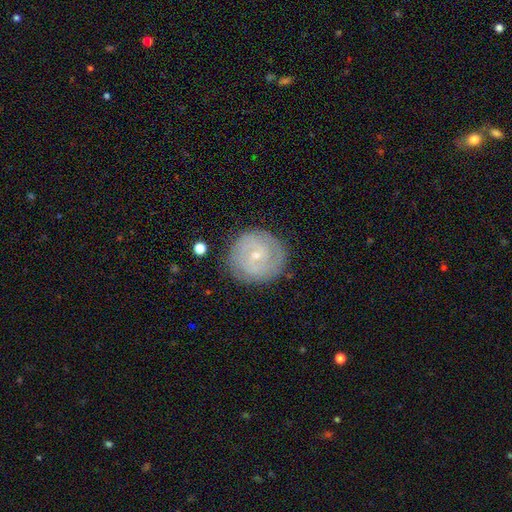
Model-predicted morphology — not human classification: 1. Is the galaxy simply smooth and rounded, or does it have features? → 73% featured or disk, 20% smooth, 7% star or artifact.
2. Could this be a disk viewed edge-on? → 98% no, 2% yes.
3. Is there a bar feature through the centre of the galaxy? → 61% no, 33% weak, 6% strong.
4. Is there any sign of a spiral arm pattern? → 89% yes, 11% no.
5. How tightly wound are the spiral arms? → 76% tight, 19% medium, 5% loose.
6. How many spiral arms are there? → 36% 2 (tied), 36% can't tell (tied), 13% 3, 6% 4, 5% 1, 4% more than 4.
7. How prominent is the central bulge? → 76% small, 20% moderate, 1% none, 1% large, 1% dominant.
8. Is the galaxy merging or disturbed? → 82% none, 13% minor disturbance, 4% major disturbance, 1% merger.